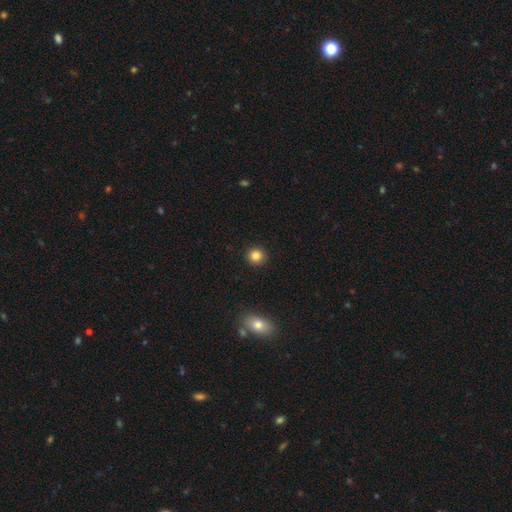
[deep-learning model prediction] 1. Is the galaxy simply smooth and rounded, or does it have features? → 85% smooth, 11% star or artifact, 4% featured or disk.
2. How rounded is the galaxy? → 90% round, 9% in between, 1% cigar-shaped.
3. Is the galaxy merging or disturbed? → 92% none, 5% minor disturbance, 2% major disturbance, 1% merger.